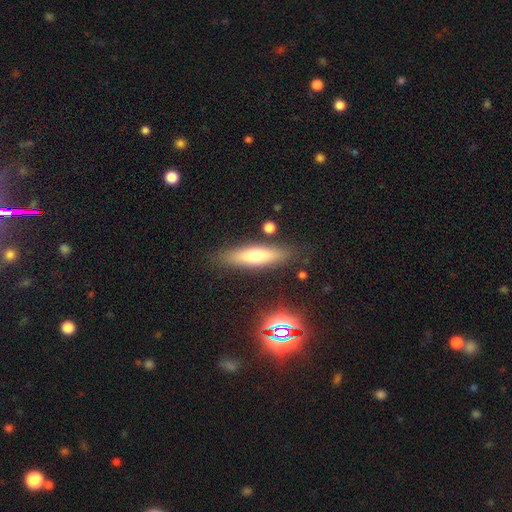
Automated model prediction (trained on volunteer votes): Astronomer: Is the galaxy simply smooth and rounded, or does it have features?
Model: smooth — 58%.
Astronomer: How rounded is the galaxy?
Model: cigar-shaped — 69%.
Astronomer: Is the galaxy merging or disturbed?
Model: none — 84%.